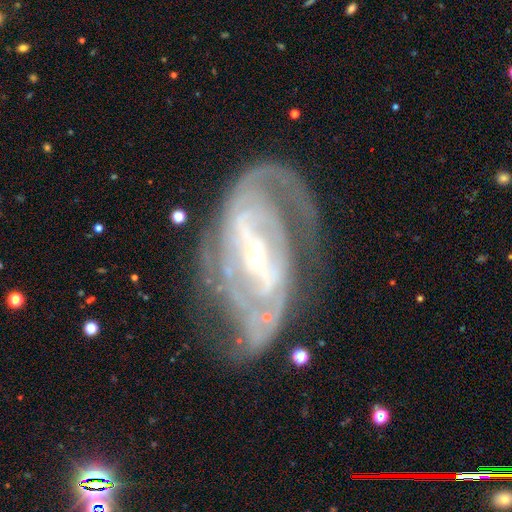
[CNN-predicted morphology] smooth_or_featured: featured or disk (p=0.89) [alt: star or artifact p=0.06]
disk_edge_on: no (p=0.96) [alt: yes p=0.04]
bar: strong (p=0.59) [alt: weak p=0.29]
has_spiral_arms: yes (p=0.92) [alt: no p=0.08]
spiral_winding: tight (p=0.44) [alt: medium p=0.41]
spiral_arm_count: 2 (p=0.57) [alt: can't tell p=0.21]
bulge_size: small (p=0.78) [alt: moderate p=0.17]
merging: none (p=0.56) [alt: major disturbance p=0.20]